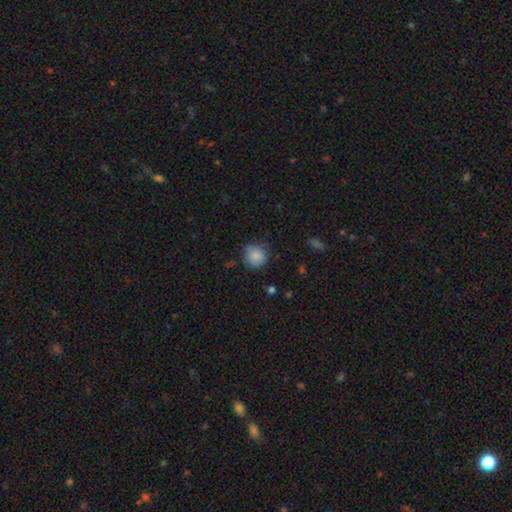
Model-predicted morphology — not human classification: A smooth galaxy with no disk features (85%) that is round (85%). Merging: none (76%).